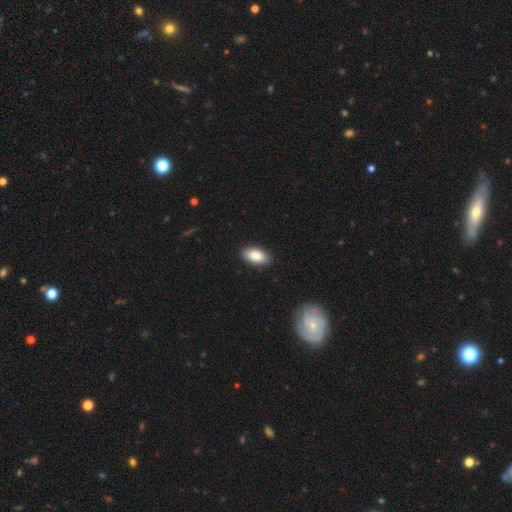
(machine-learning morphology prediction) Q: Smooth or featured?
A: smooth (87%); runner-up: featured or disk (7%)
Q: How rounded?
A: in between (94%); runner-up: round (3%)
Q: Merging?
A: none (89%); runner-up: minor disturbance (8%)